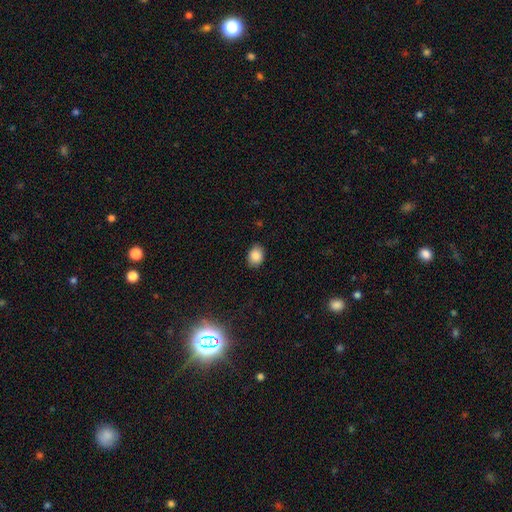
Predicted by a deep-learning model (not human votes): The model was most divided on "how rounded": in between: 67%, round: 32%, cigar-shaped: 1%. More confident: merging — none (87%); smooth or featured — smooth (86%).